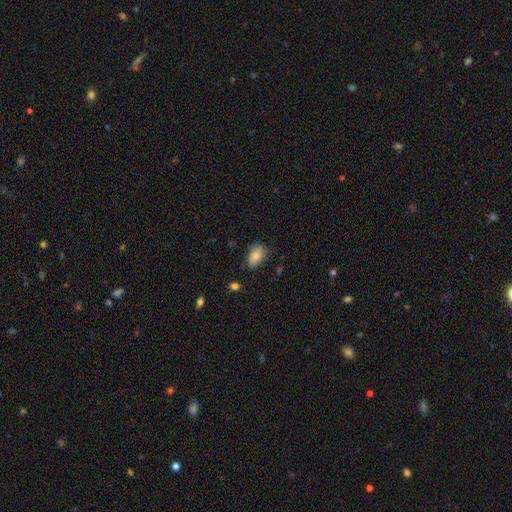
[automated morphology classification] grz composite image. It shows a smooth galaxy with no disk features (82%) that is in between round and cigar-shaped (87%). Merging: none (68%).